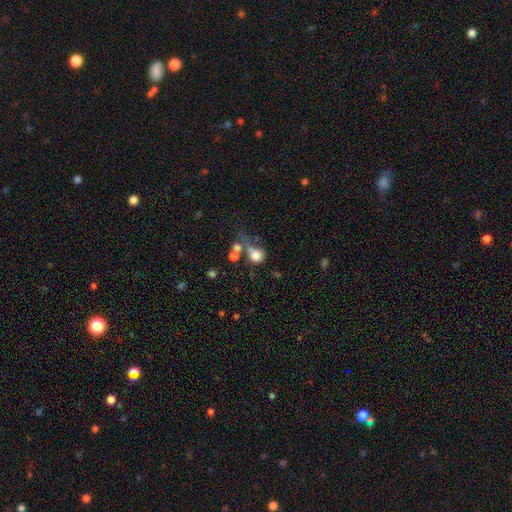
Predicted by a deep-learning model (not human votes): The model was most divided on "merging": merger: 35%, none: 33%, major disturbance: 19%, minor disturbance: 14%. More confident: smooth or featured — smooth (74%); how rounded — round (74%).